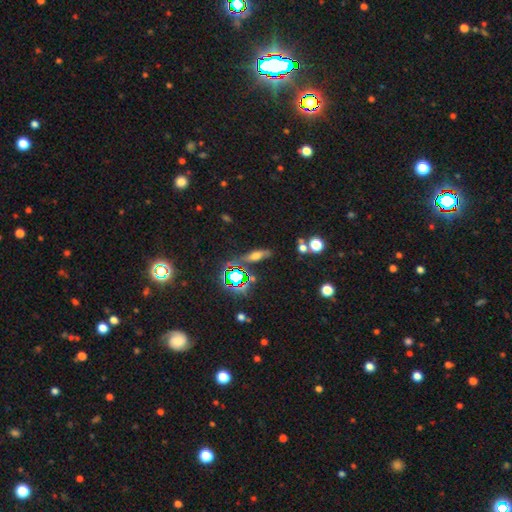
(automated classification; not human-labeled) Smooth or featured?
  - smooth: 48% *
  - featured or disk: 27%
  - star or artifact: 25%
Merging?
  - none: 69% *
  - minor disturbance: 17%
  - merger: 7%
  - major disturbance: 7%